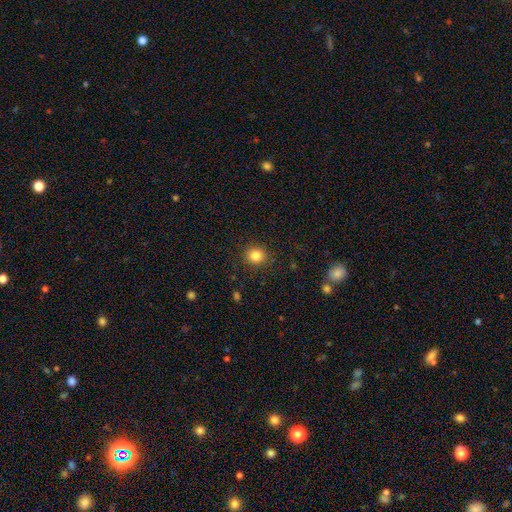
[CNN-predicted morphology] Q: Smooth or featured?
A: smooth (84%); runner-up: star or artifact (11%)
Q: How rounded?
A: round (87%); runner-up: in between (12%)
Q: Merging?
A: none (90%); runner-up: minor disturbance (7%)